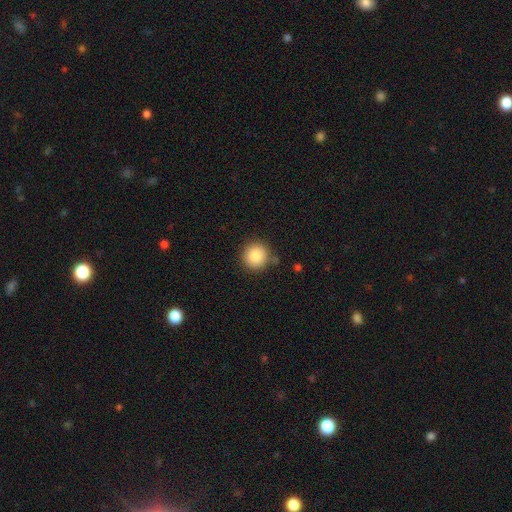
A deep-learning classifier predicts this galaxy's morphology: A smooth galaxy with no disk features (87%) that is round (94%). Merging: none (85%).